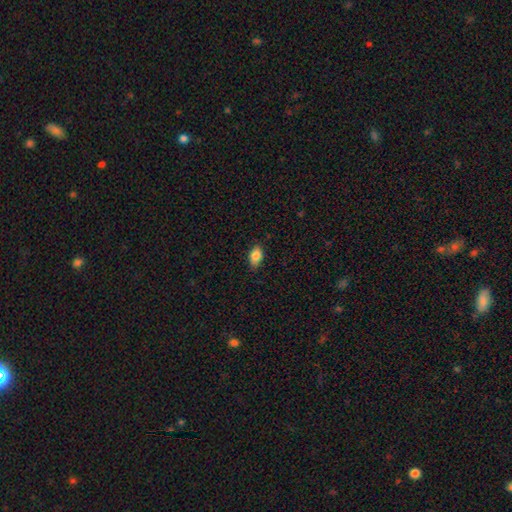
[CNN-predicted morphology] This appears to be a smooth galaxy with no disk features (85%) that is in between round and cigar-shaped (87%). Merging: none (81%).